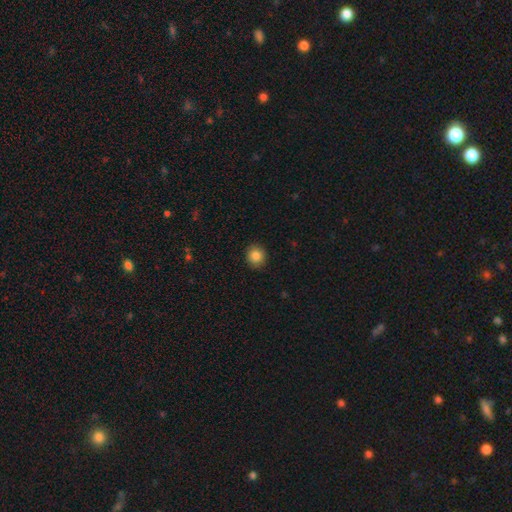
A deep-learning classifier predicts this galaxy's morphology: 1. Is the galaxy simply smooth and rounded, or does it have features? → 85% smooth, 10% star or artifact, 5% featured or disk.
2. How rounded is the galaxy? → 84% round, 15% in between, 1% cigar-shaped.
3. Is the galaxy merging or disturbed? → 90% none, 7% minor disturbance, 2% major disturbance, 1% merger.